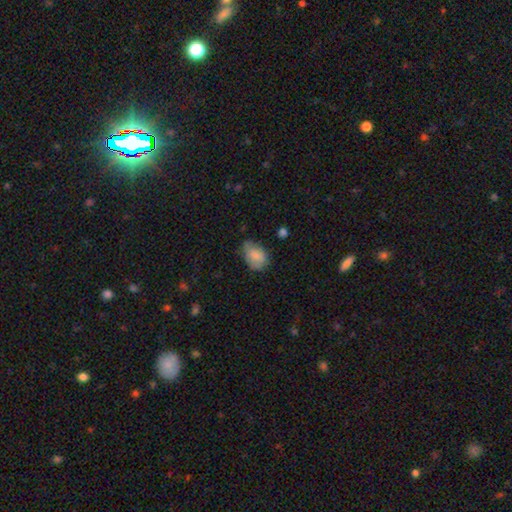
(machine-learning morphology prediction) smooth_or_featured: smooth (p=0.78) [alt: featured or disk p=0.14]
how_rounded: in between (p=0.78) [alt: round p=0.21]
merging: none (p=0.54) [alt: minor disturbance p=0.34]